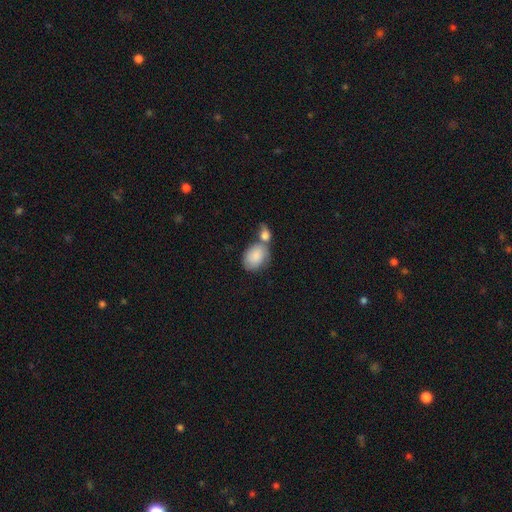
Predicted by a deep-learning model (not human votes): This is clearly a smooth galaxy (83%). How rounded: likely in between (77%). Merging: possibly merger (48%).